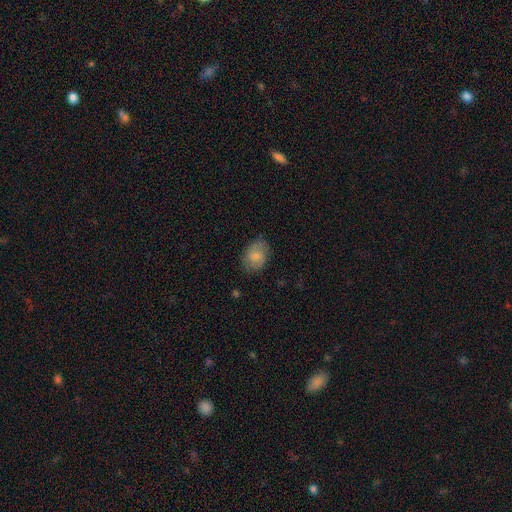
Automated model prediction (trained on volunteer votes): Smooth or featured?
  - smooth: 72% *
  - featured or disk: 20%
  - star or artifact: 7%
How rounded?
  - in between: 70% *
  - round: 29%
  - cigar-shaped: 1%
Merging?
  - none: 73% *
  - minor disturbance: 20%
  - major disturbance: 5%
  - merger: 1%